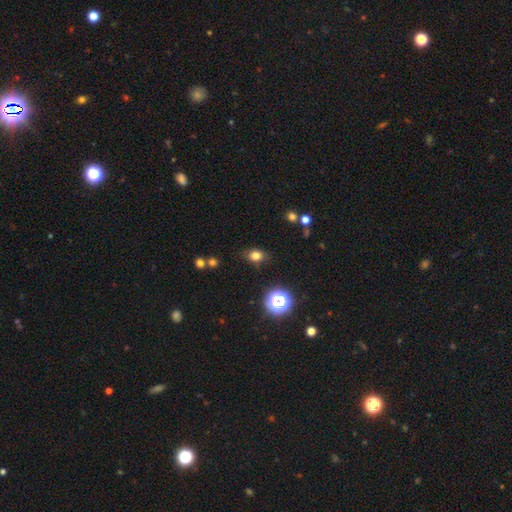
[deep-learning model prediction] Q: Smooth or featured?
A: smooth (78%); runner-up: star or artifact (15%)
Q: How rounded?
A: in between (59%); runner-up: round (40%)
Q: Merging?
A: none (82%); runner-up: minor disturbance (13%)